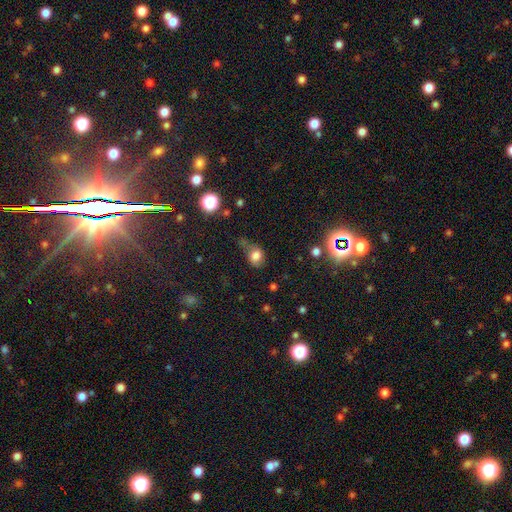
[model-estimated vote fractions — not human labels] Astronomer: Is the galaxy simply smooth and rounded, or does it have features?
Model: smooth — 76%.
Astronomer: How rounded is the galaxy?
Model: in between — 55% (runner-up: round, 43%).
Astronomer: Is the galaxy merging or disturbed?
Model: none — 38% (runner-up: minor disturbance, 31%).